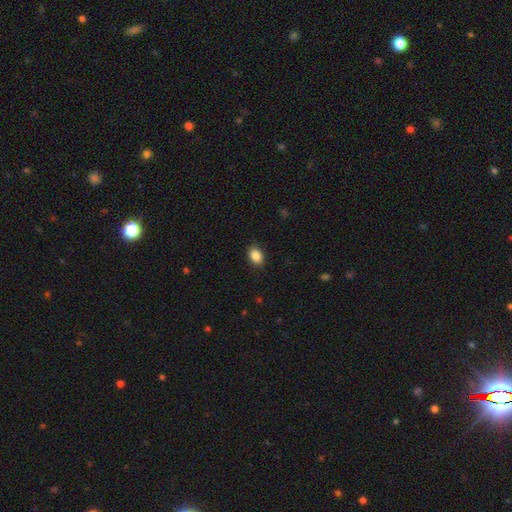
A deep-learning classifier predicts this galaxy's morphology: Smooth or featured? Predicted: smooth (p=0.88). How rounded? Predicted: in between (p=0.71). Merging? Predicted: none (p=0.87).